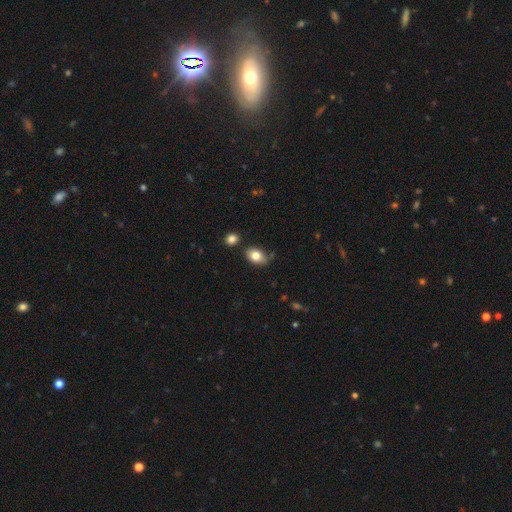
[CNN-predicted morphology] Overall: smooth (81%). How rounded: in between (85%). Merging: none (75%).